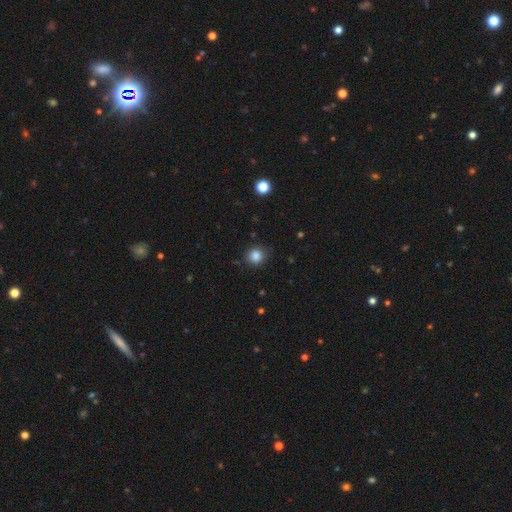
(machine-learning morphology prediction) Q: Smooth or featured?
A: smooth (85%); runner-up: star or artifact (12%)
Q: How rounded?
A: round (88%); runner-up: in between (11%)
Q: Merging?
A: none (84%); runner-up: minor disturbance (11%)